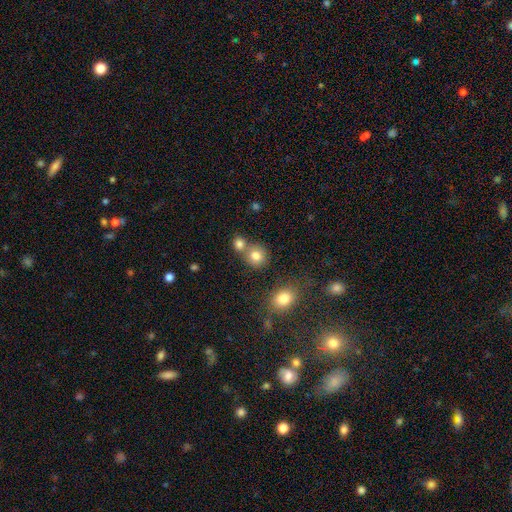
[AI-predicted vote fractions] A smooth galaxy with no disk features (80%) that is round (86%).

Vote fractions:
- Smooth or featured? smooth: 80% / star or artifact: 12% / featured or disk: 8%
- How rounded? round: 86% / in between: 13% / cigar-shaped: 1%
- Merging? none: 57% / merger: 32% / minor disturbance: 8% / major disturbance: 3%